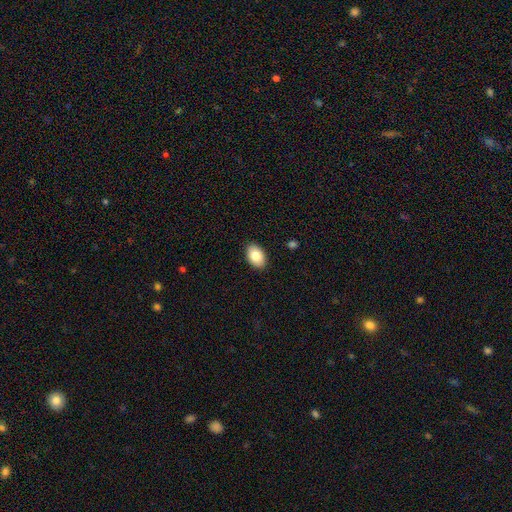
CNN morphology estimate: The model was most divided on "smooth or featured": smooth: 86%, featured or disk: 8%, star or artifact: 7%. More confident: merging — none (90%); how rounded — in between (89%).